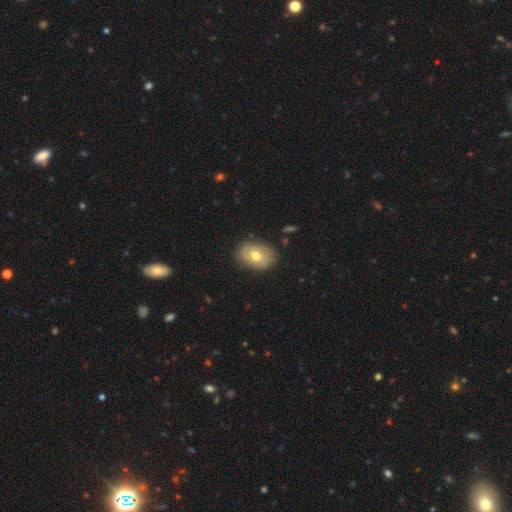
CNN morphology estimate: Smooth or featured? smooth (67%)
How rounded? in between (77%)
Merging? none (83%)